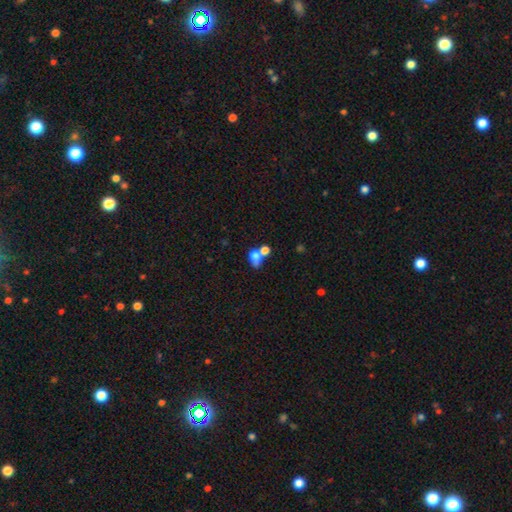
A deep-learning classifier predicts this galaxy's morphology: smooth 71%, featured or disk 17%, star or artifact 12%. Down the decision tree: how rounded — in between (67%); merging — merger (57%).